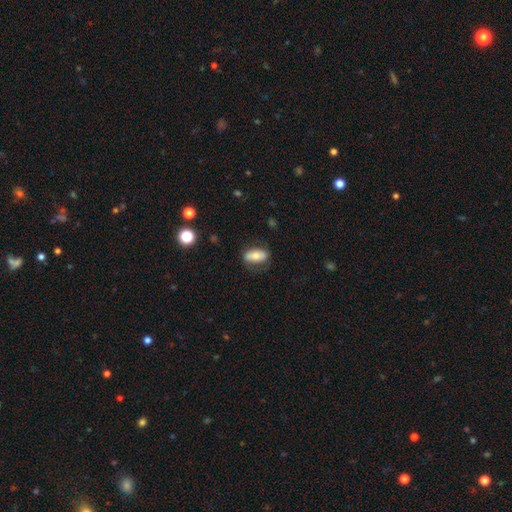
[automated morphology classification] Smooth or featured? Predicted: smooth (p=0.70). How rounded? Predicted: in between (p=0.87). Merging? Predicted: none (p=0.69).